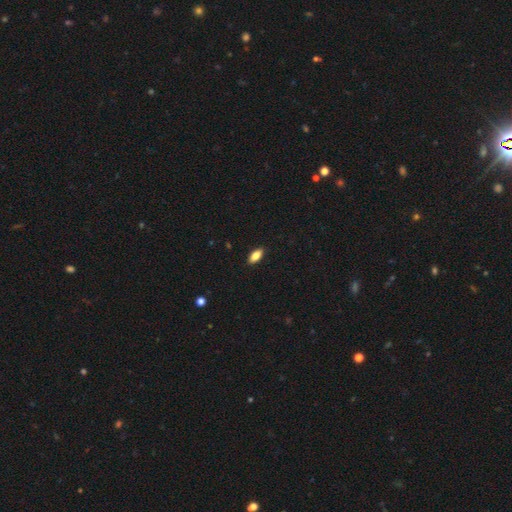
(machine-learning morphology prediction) The model was most divided on "smooth or featured": smooth: 80%, featured or disk: 12%, star or artifact: 7%. More confident: merging — none (89%); how rounded — in between (86%).